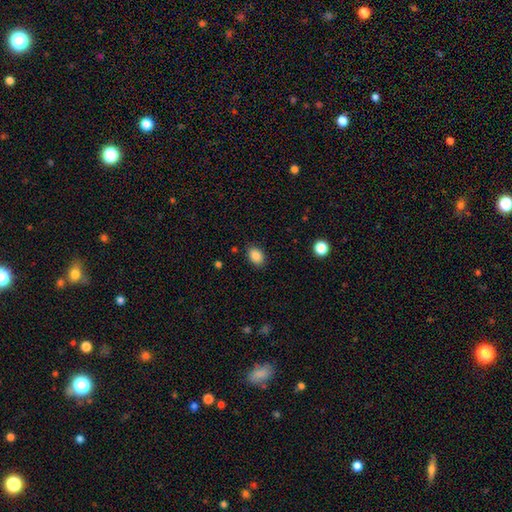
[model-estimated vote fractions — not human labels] Smooth or featured? Predicted: smooth (p=0.87). How rounded? Predicted: in between (p=0.78). Merging? Predicted: none (p=0.85).